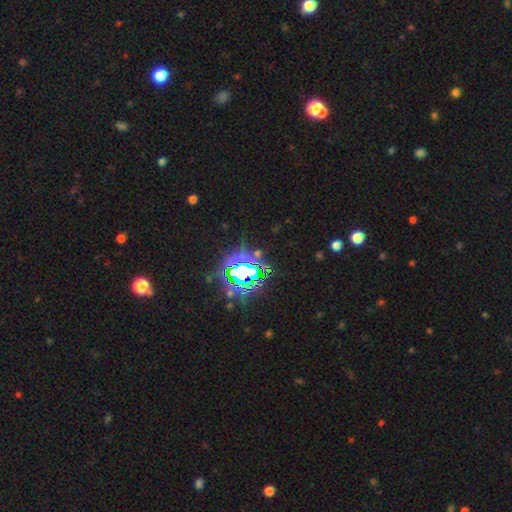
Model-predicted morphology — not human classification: Smooth or featured? star or artifact (80%)